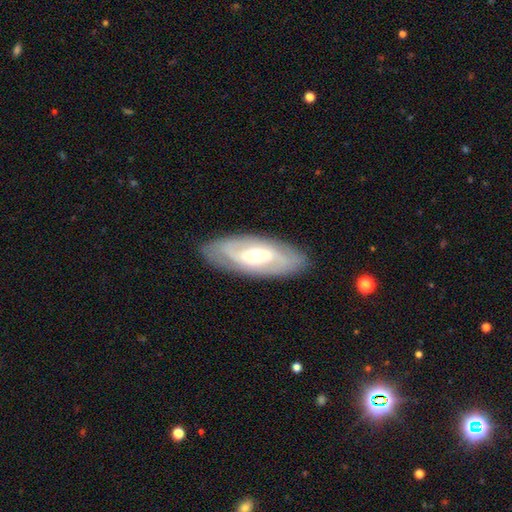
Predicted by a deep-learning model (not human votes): Q: Smooth or featured?
A: featured or disk (73%); runner-up: smooth (21%)
Q: Edge-on disk?
A: no (86%); runner-up: yes (14%)
Q: Bar?
A: no (43%); runner-up: weak (39%)
Q: Spiral arms?
A: yes (71%); runner-up: no (29%)
Q: Bulge size?
A: moderate (67%); runner-up: small (25%)
Q: Merging?
A: none (86%); runner-up: minor disturbance (10%)